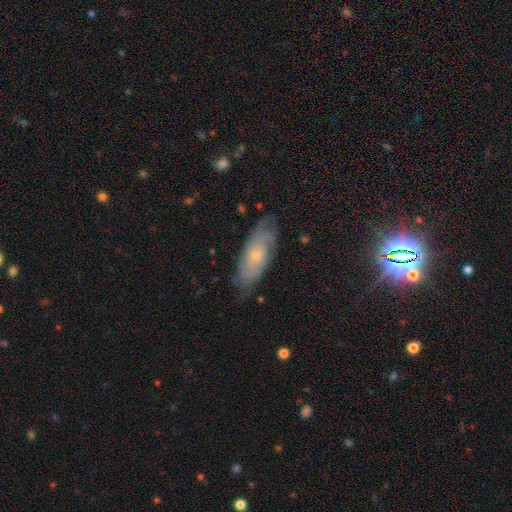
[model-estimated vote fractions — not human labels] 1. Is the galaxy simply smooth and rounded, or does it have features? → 57% featured or disk, 35% smooth, 8% star or artifact.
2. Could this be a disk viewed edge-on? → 82% no, 18% yes.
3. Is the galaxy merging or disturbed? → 71% none, 22% minor disturbance, 5% major disturbance, 1% merger.